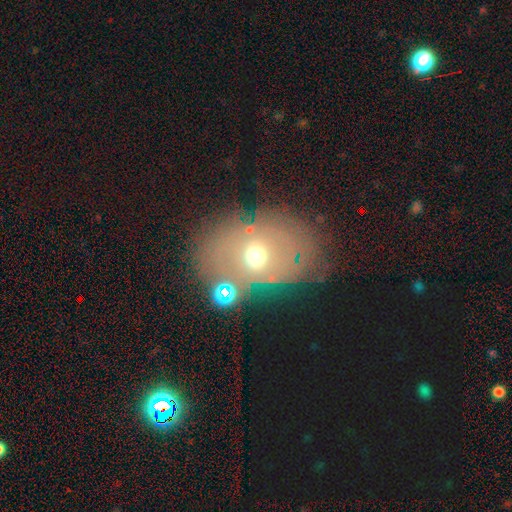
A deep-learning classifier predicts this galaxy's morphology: type=smooth (43%); merging=none (59%).